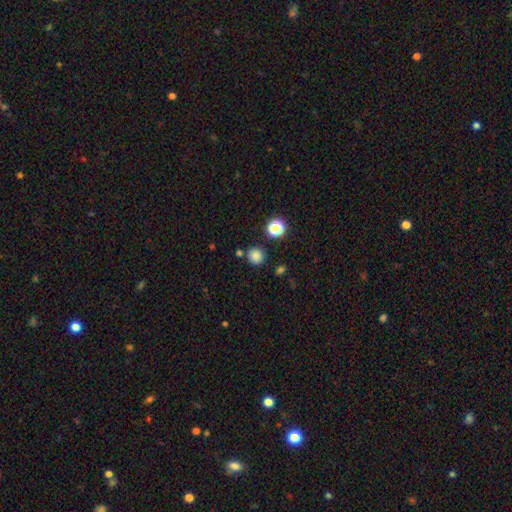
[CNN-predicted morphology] Smooth or featured: smooth — 81% (star or artifact — 15%)
How rounded: round — 89% (in between — 10%)
Merging: none — 81% (minor disturbance — 9%)